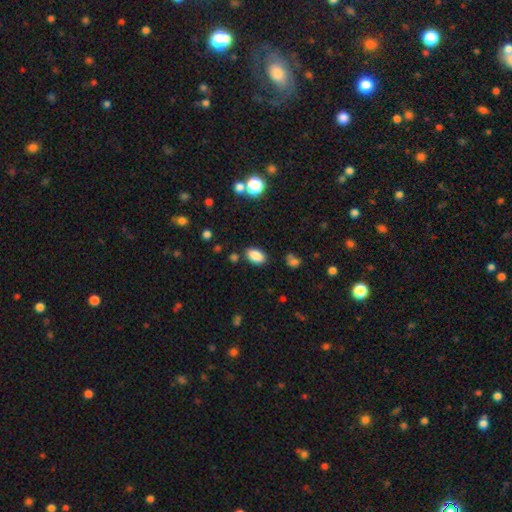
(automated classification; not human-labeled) Smooth or featured: smooth — 86% (star or artifact — 9%)
How rounded: in between — 91% (round — 7%)
Merging: none — 82% (minor disturbance — 11%)